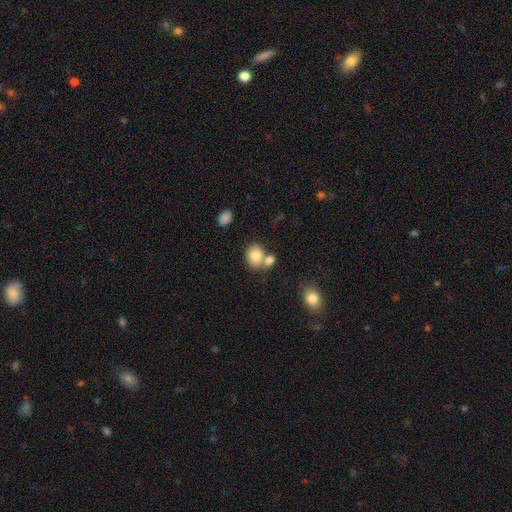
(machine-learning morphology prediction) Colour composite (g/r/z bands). It shows a smooth galaxy with no disk features (82%) that is round (53%). Merging: none (48%).